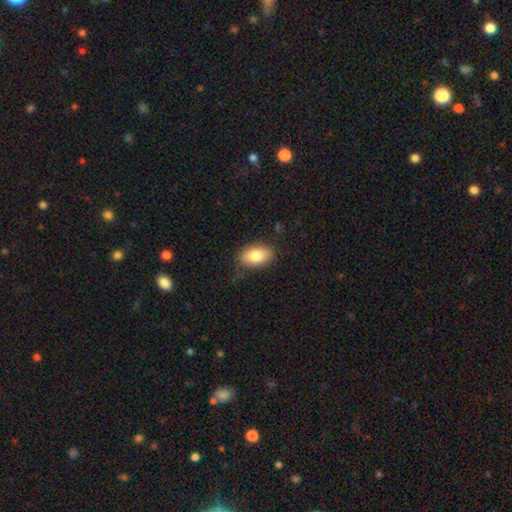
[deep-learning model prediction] Q: Smooth or featured?
A: smooth (82%); runner-up: featured or disk (11%)
Q: How rounded?
A: in between (89%); runner-up: round (9%)
Q: Merging?
A: none (75%); runner-up: minor disturbance (19%)